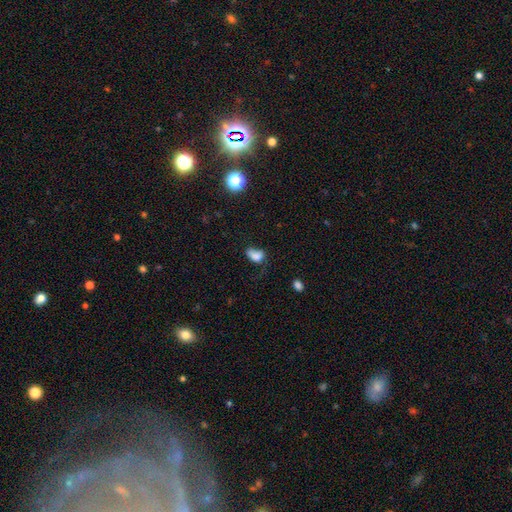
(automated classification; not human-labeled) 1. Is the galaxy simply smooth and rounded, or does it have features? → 75% smooth, 14% featured or disk, 12% star or artifact.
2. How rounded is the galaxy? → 78% in between, 20% round, 2% cigar-shaped.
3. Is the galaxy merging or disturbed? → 32% major disturbance, 29% none, 29% minor disturbance, 11% merger.